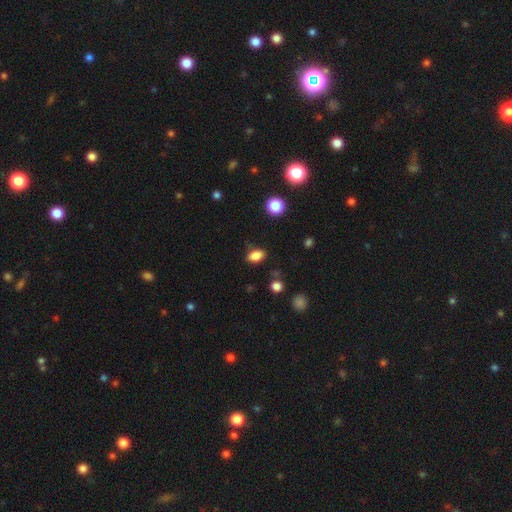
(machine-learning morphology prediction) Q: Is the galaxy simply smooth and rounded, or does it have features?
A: smooth — 85%.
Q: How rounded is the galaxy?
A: in between — 85%.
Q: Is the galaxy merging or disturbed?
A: none — 82%.